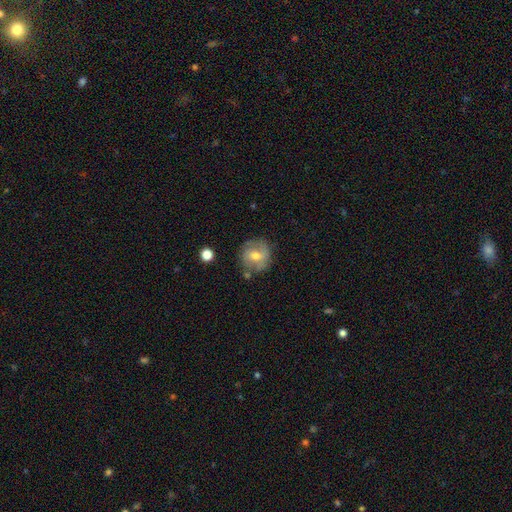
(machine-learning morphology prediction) smooth 52%, featured or disk 40%, star or artifact 8%. Down the decision tree: how rounded — round (87%); merging — none (72%).